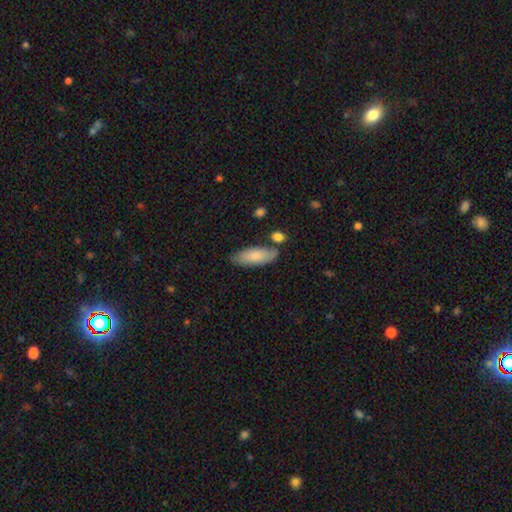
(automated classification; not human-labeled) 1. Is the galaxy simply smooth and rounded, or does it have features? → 79% smooth, 15% featured or disk, 6% star or artifact.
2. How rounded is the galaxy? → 75% in between, 23% cigar-shaped, 2% round.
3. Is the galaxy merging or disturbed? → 73% none, 16% minor disturbance, 7% merger, 3% major disturbance.